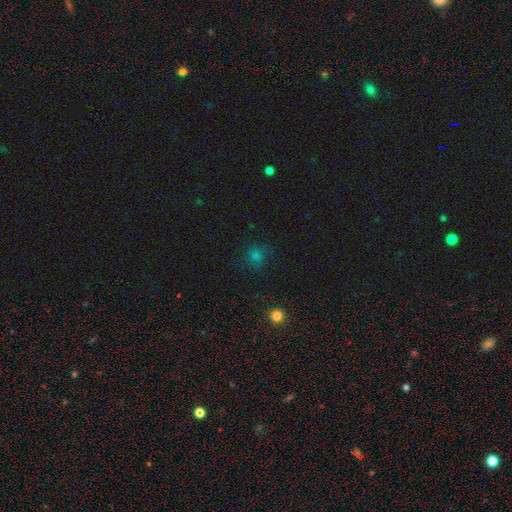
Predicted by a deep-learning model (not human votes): The model was most divided on "smooth or featured": smooth: 56%, star or artifact: 34%, featured or disk: 11%. More confident: how rounded — round (86%); merging — none (78%).